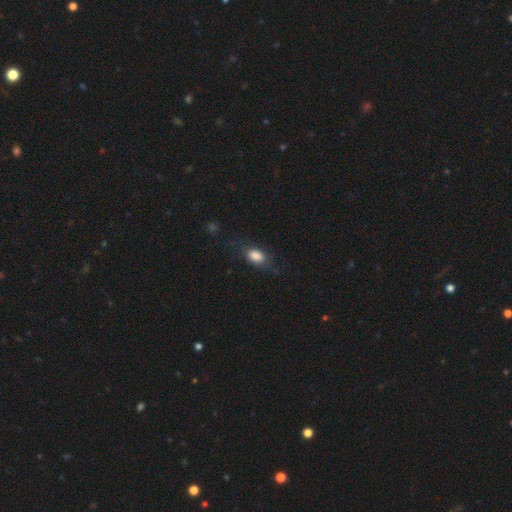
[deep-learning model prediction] A smooth galaxy with no disk features (83%) that is in between round and cigar-shaped (86%). Merging: none (71%).